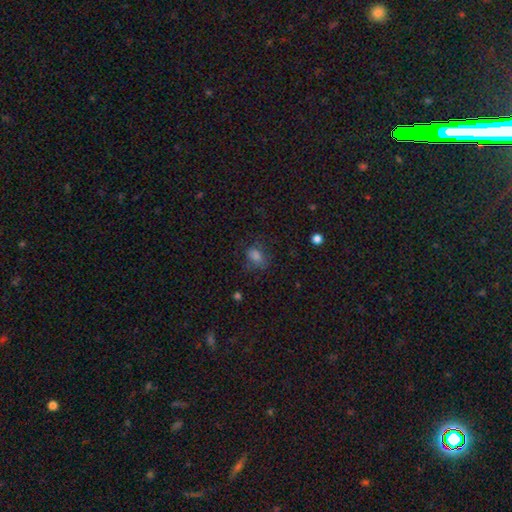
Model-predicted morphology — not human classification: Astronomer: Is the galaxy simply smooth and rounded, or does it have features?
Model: smooth — 71%.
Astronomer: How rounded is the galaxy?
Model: in between — 68%.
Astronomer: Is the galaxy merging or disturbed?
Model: none — 62%.